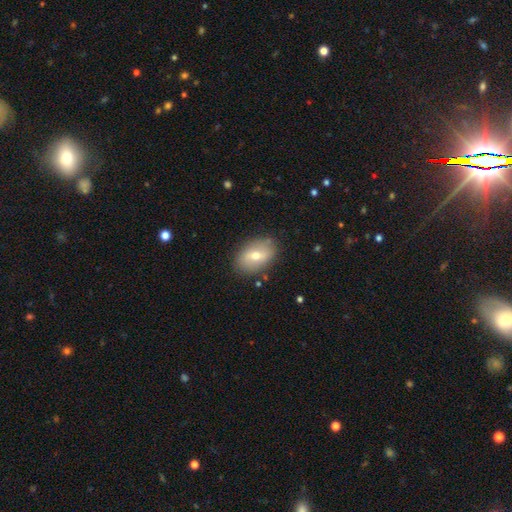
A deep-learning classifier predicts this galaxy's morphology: type=smooth (57%); roundness=in between (85%); merging=none (84%).